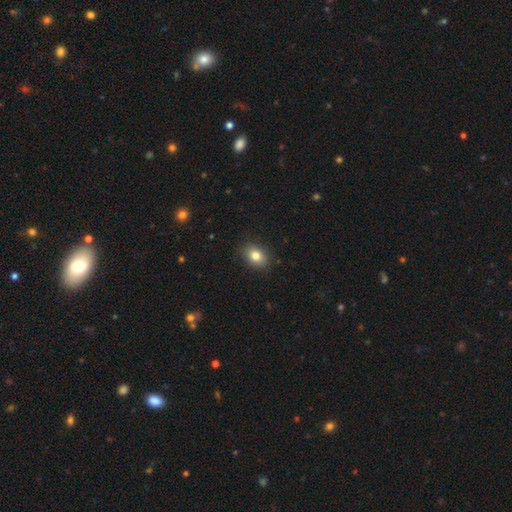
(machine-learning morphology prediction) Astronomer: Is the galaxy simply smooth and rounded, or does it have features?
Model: smooth — 81%.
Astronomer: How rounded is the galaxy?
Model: in between — 70%.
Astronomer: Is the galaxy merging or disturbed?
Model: none — 87%.